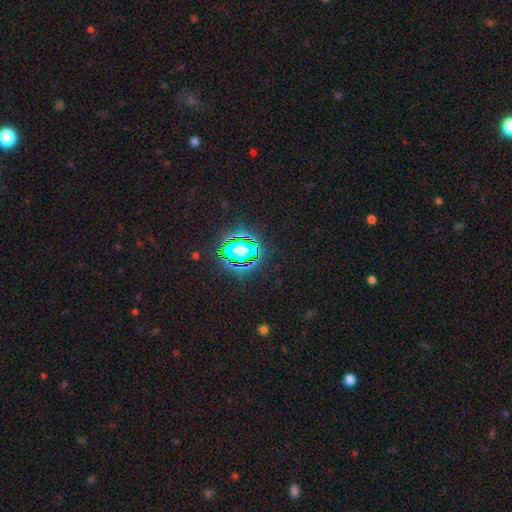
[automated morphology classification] type=star or artifact (82%).